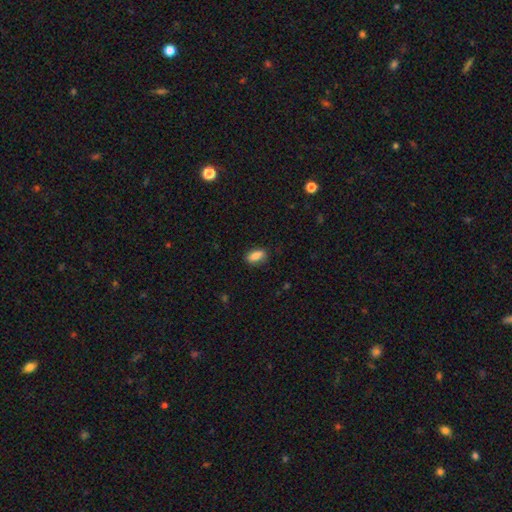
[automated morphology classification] This appears to be a smooth galaxy with no disk features (82%) that is in between round and cigar-shaped (85%). Merging: none (84%).